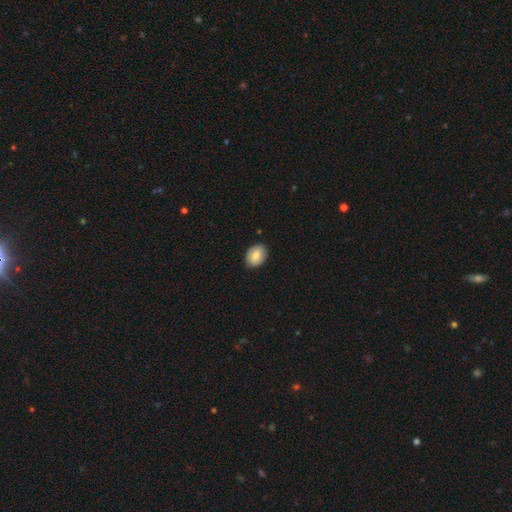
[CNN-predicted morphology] smooth_or_featured: smooth (p=0.81) [alt: featured or disk p=0.12]
how_rounded: in between (p=0.71) [alt: round p=0.28]
merging: none (p=0.86) [alt: minor disturbance p=0.11]